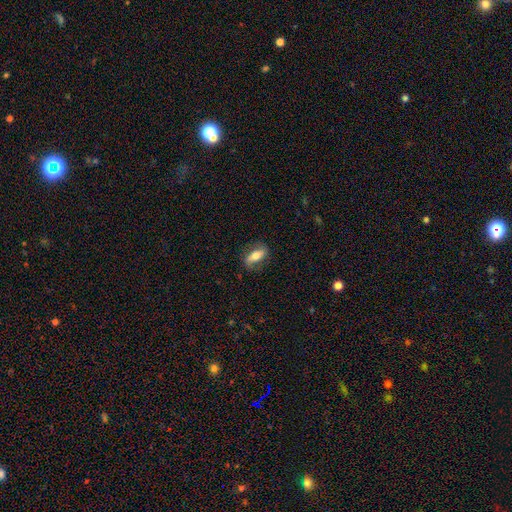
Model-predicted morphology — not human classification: smooth-or-featured: smooth: 51% | featured or disk: 42% | star or artifact: 7%
  how-rounded: in between: 67% | cigar-shaped: 27% | round: 5%
  merging: none: 78% | minor disturbance: 16% | major disturbance: 5% | merger: 1%